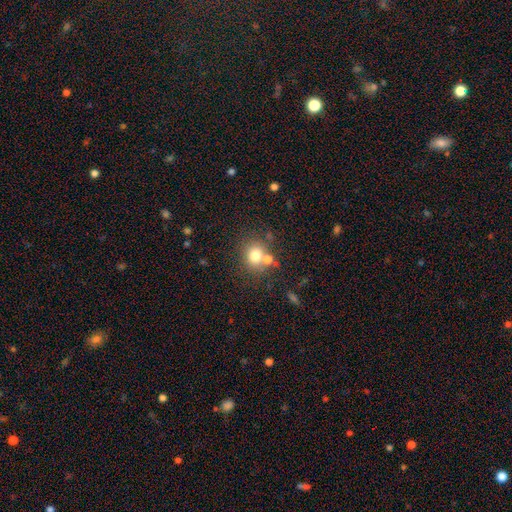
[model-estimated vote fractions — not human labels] A smooth galaxy with no disk features (75%) that is round (75%). Merging: none (61%).